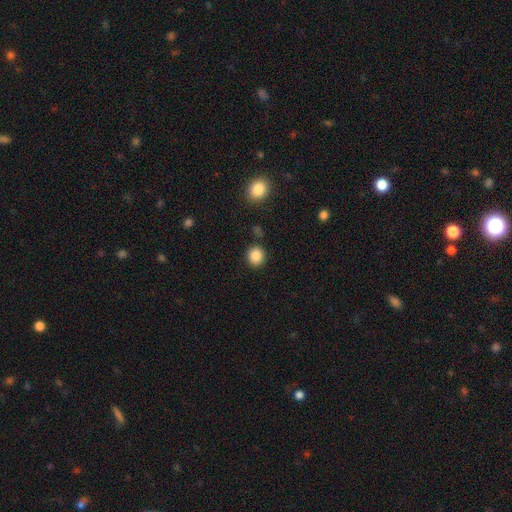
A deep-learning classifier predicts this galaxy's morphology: This appears to be a smooth galaxy with no disk features (86%) that is round (84%). Merging: none (87%).